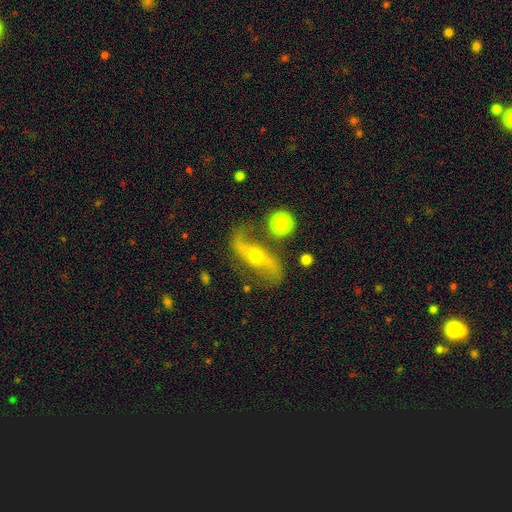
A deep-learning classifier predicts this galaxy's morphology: featured or disk 86%, smooth 7%, star or artifact 7%. Down the decision tree: edge-on disk — no (90%); bar — no (46%); spiral arms — yes (95%); spiral arm count — 2 (93%); spiral winding — loose (81%); bulge size — moderate (51%); merging — none (73%).